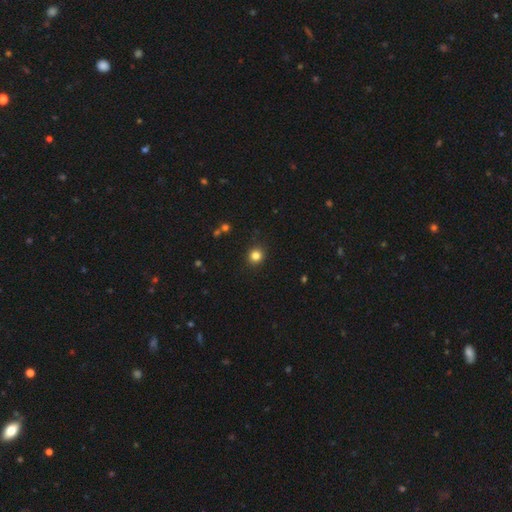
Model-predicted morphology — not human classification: Smooth or featured?
  - smooth: 83% *
  - star or artifact: 13%
  - featured or disk: 5%
How rounded?
  - round: 88% *
  - in between: 11%
  - cigar-shaped: 1%
Merging?
  - none: 91% *
  - minor disturbance: 6%
  - major disturbance: 2%
  - merger: 1%